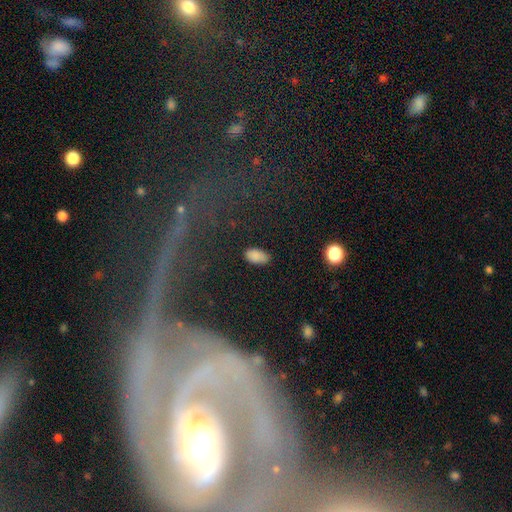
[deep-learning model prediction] Smooth or featured? smooth (86%)
How rounded? in between (95%)
Merging? none (82%)